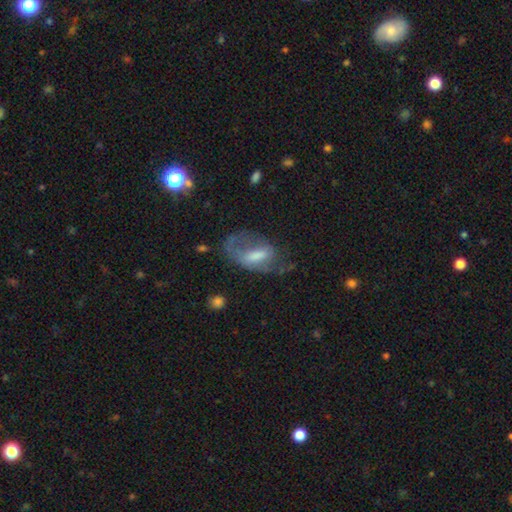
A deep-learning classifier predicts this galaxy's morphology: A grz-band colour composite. It shows a featured or disk galaxy (56%) with a weak bar (43%), spiral arms (60%) and a moderate central bulge (41%). Merging: none (38%).